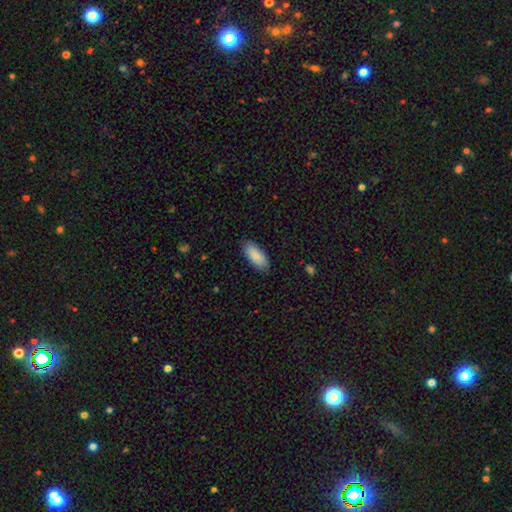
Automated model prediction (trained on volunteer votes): Smooth or featured: smooth — 89% (featured or disk — 6%)
How rounded: in between — 85% (cigar-shaped — 13%)
Merging: none — 87% (minor disturbance — 10%)